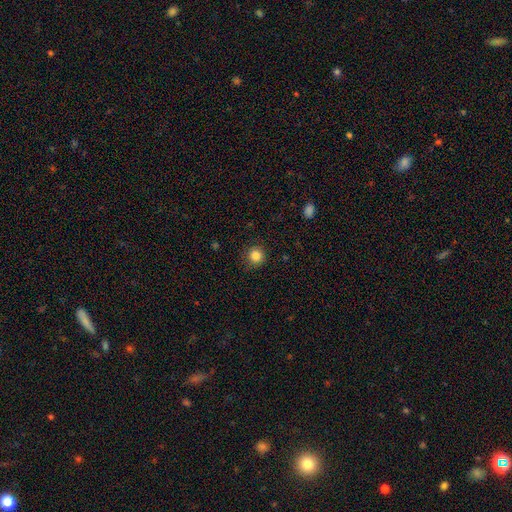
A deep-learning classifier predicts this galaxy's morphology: Q: Smooth or featured?
A: smooth (85%); runner-up: star or artifact (11%)
Q: How rounded?
A: round (93%); runner-up: in between (6%)
Q: Merging?
A: none (88%); runner-up: minor disturbance (9%)